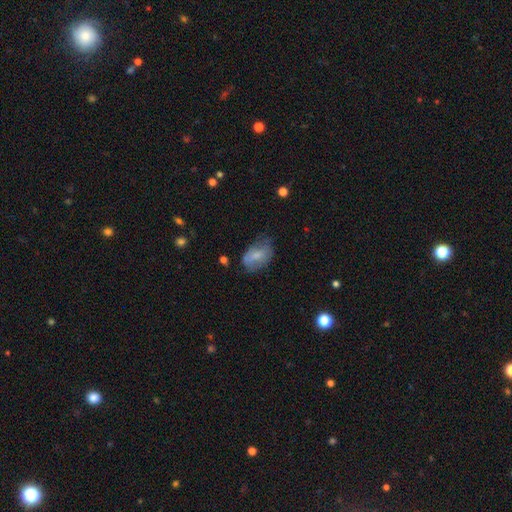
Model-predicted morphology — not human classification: smooth 70%, featured or disk 22%, star or artifact 8%. Down the decision tree: how rounded — in between (87%); merging — none (53%).